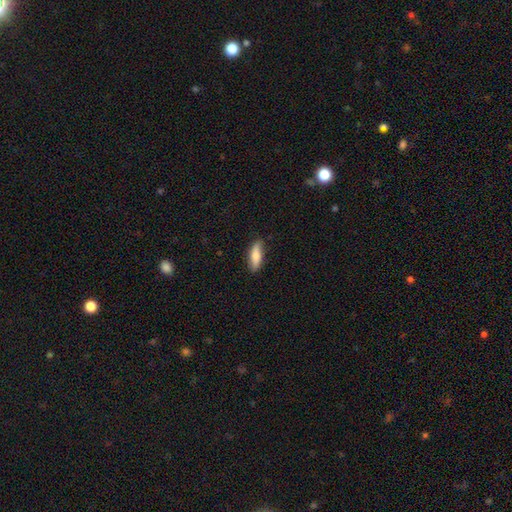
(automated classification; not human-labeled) The model was most divided on "how rounded": in between: 53%, cigar-shaped: 45%, round: 2%. More confident: merging — none (82%); smooth or featured — smooth (76%).